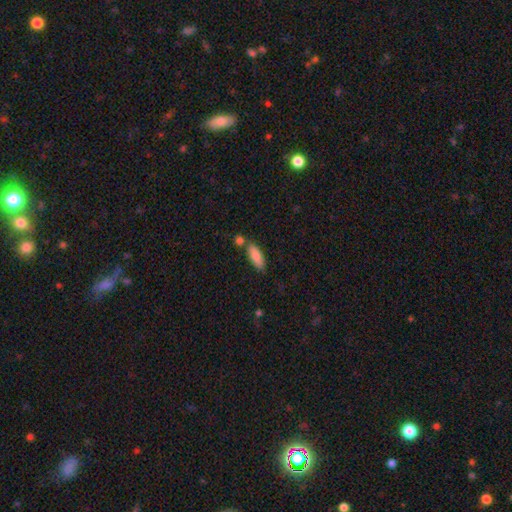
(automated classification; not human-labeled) This is clearly a smooth galaxy (85%). How rounded: likely in between (60%). Merging: likely none (67%).